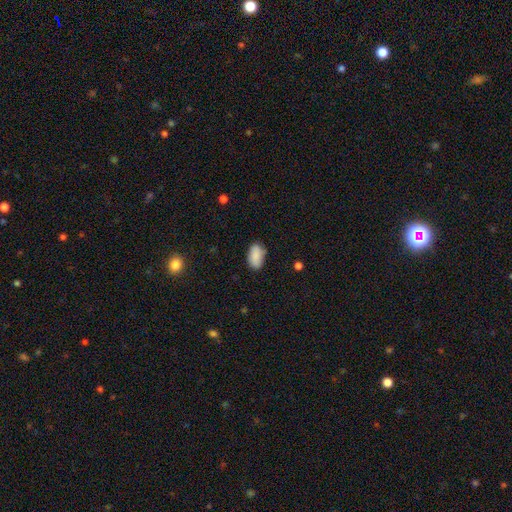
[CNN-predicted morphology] type=smooth (87%); roundness=in between (93%); merging=none (78%).